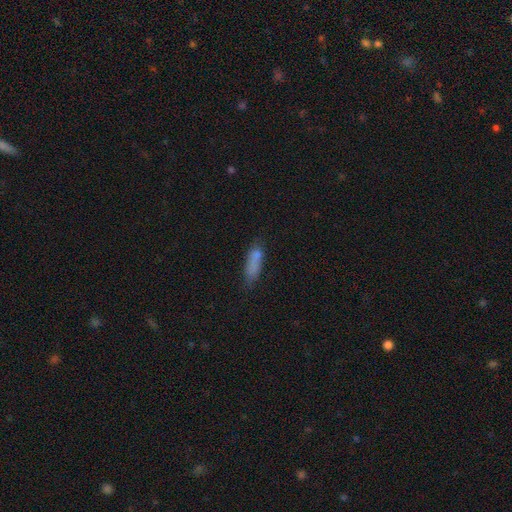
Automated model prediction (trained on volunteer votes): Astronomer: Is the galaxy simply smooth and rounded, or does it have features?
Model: smooth — 74%.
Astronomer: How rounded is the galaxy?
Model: cigar-shaped — 49% (runner-up: in between, 48%).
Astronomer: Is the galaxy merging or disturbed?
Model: none — 54%.